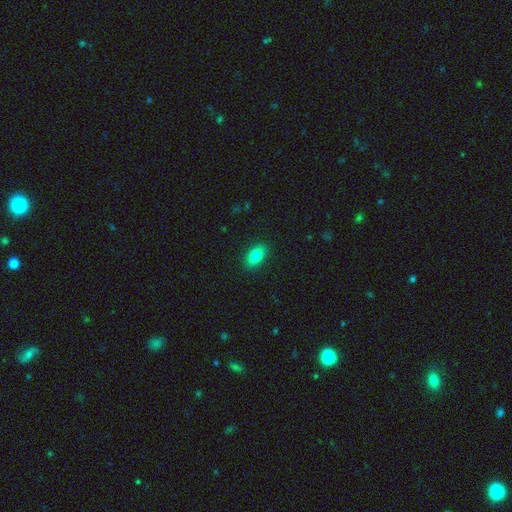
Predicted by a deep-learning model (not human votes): This appears to be a smooth galaxy with no disk features (83%) that is in between round and cigar-shaped (89%). Merging: none (89%).